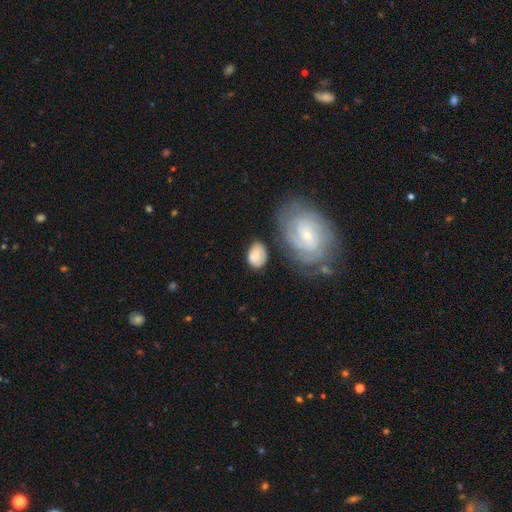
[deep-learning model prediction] Morphology: type=smooth (66%); roundness=in between (70%); merging=none (63%).